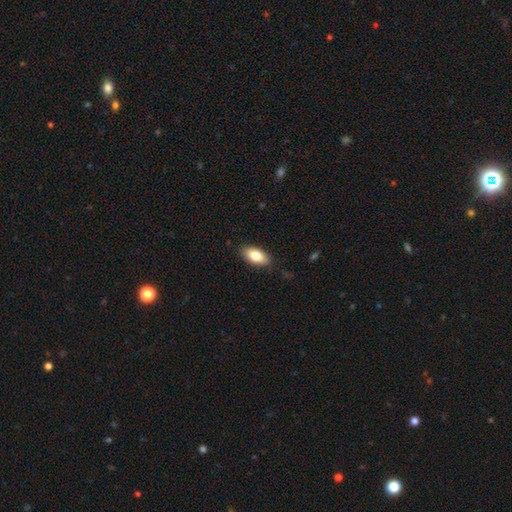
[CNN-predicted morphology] Smooth or featured? Predicted: smooth (p=0.80). How rounded? Predicted: in between (p=0.90). Merging? Predicted: none (p=0.86).